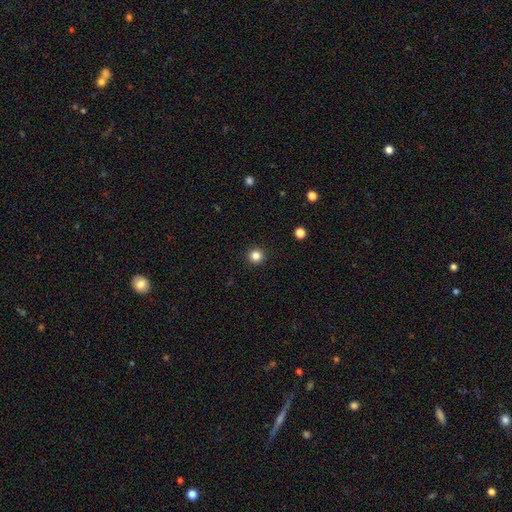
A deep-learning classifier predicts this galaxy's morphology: smooth_or_featured: smooth (p=0.83) [alt: star or artifact p=0.12]
how_rounded: round (p=0.95) [alt: in between p=0.04]
merging: none (p=0.93) [alt: minor disturbance p=0.04]